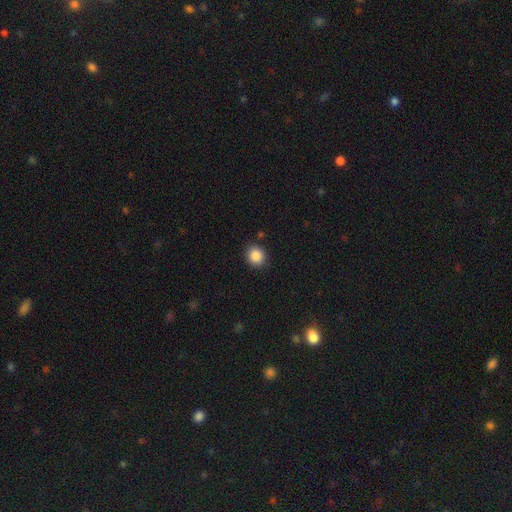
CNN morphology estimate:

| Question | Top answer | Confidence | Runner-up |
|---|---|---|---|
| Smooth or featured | smooth | 86% | star or artifact (9%) |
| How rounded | round | 76% | in between (24%) |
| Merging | none | 88% | minor disturbance (8%) |